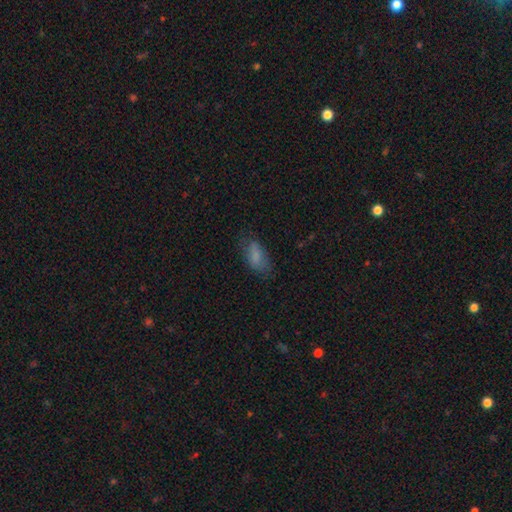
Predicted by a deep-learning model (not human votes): A smooth galaxy with no disk features (77%) that is in between round and cigar-shaped (87%).

Vote fractions:
- Smooth or featured? smooth: 77% / featured or disk: 14% / star or artifact: 9%
- How rounded? in between: 87% / cigar-shaped: 10% / round: 3%
- Merging? none: 64% / minor disturbance: 24% / major disturbance: 11% / merger: 2%